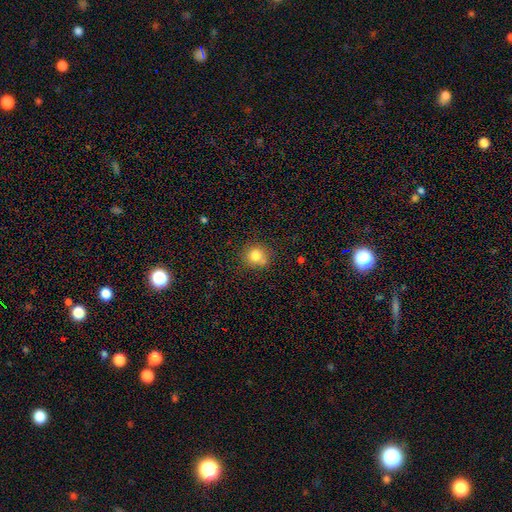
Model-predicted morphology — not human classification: Q: Smooth or featured?
A: smooth (79%); runner-up: star or artifact (12%)
Q: How rounded?
A: round (88%); runner-up: in between (11%)
Q: Merging?
A: none (70%); runner-up: minor disturbance (13%)